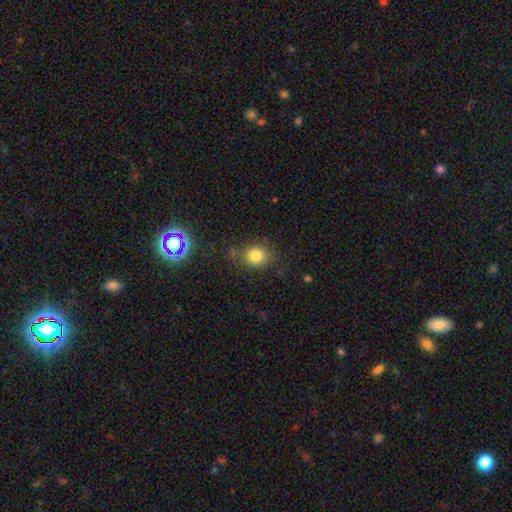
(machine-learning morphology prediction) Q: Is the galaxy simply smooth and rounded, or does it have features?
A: smooth — 79%.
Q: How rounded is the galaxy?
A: round — 70%.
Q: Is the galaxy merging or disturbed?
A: none — 73%.